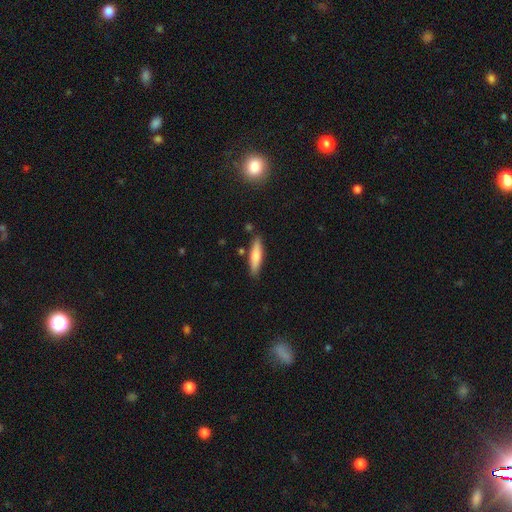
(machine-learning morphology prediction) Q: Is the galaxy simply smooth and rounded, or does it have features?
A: smooth — 69%.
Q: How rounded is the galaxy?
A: cigar-shaped — 76%.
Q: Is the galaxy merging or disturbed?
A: none — 83%.